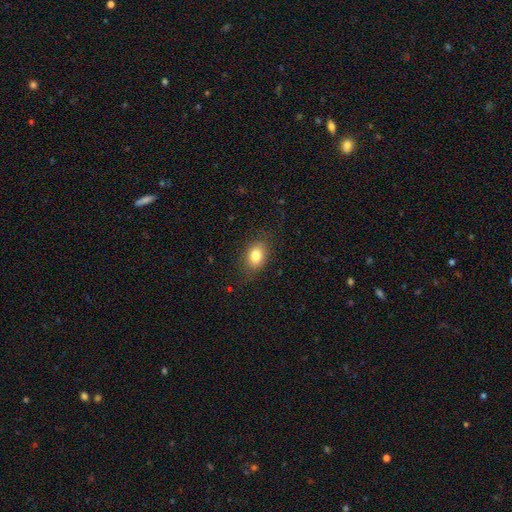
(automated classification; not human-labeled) Overall: smooth (82%). How rounded: in between (75%). Merging: none (82%).